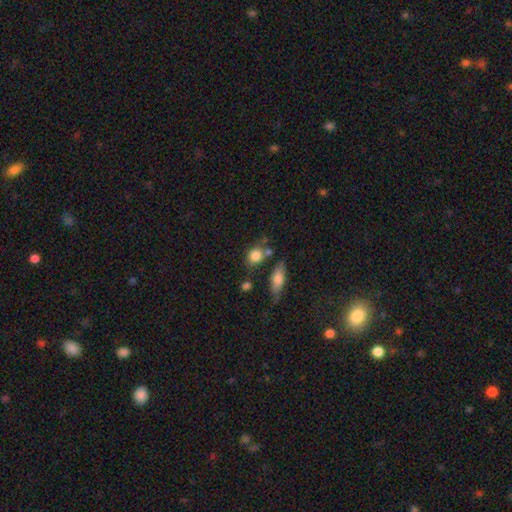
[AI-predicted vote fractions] A smooth galaxy with no disk features (82%) that is round (61%). Merging: none (61%).